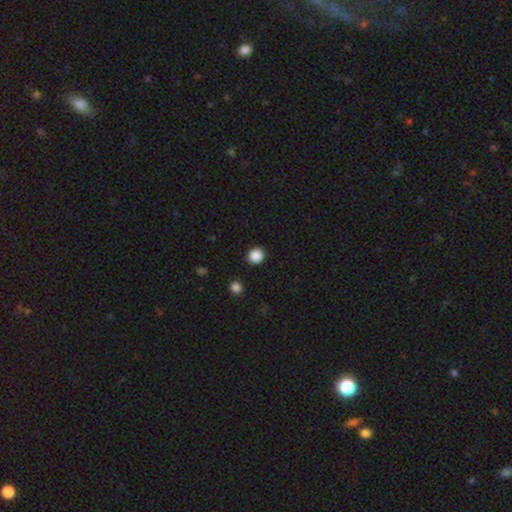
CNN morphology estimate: This appears to be a smooth galaxy with no disk features (88%) that is round (90%). Merging: none (92%).